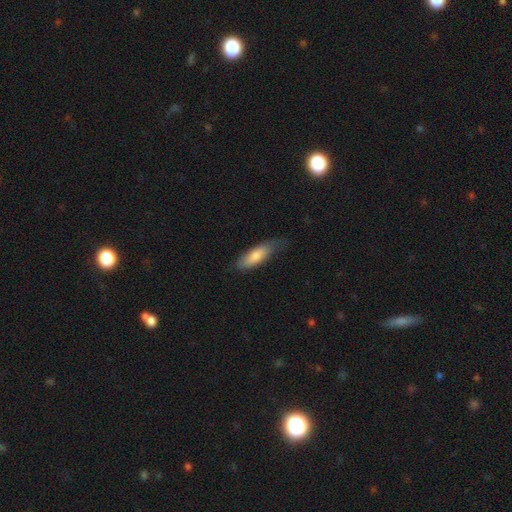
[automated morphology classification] smooth 74%, featured or disk 20%, star or artifact 6%. Down the decision tree: how rounded — in between (52%); merging — none (60%).